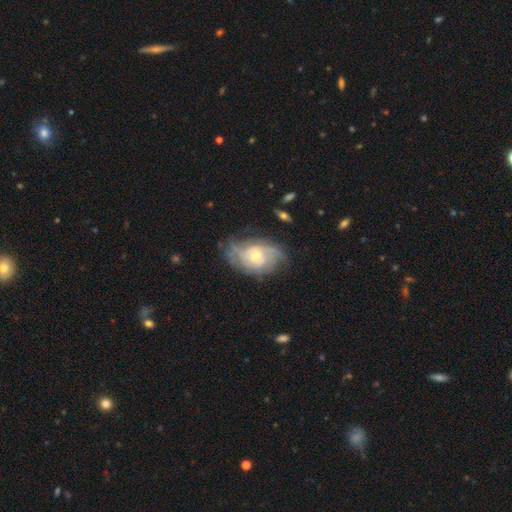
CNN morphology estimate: This appears to be a featured or disk galaxy (82%) with no bar (59%), tight (60%) spiral arms (91%) and a moderate central bulge (56%). Merging: none (62%).